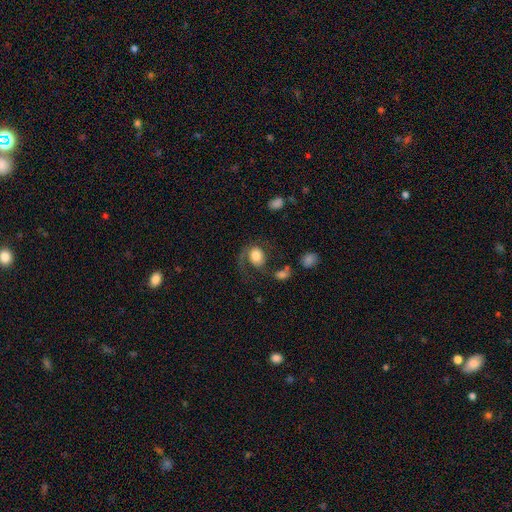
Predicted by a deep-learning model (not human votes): Smooth or featured? smooth (57%)
How rounded? round (51%)
Merging? major disturbance (40%)